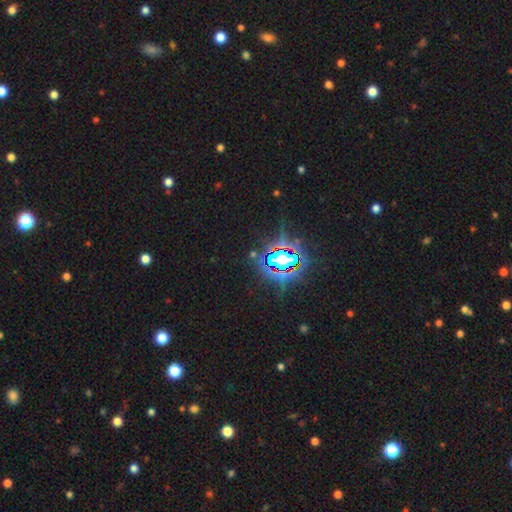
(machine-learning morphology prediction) Overall: star or artifact (81%).